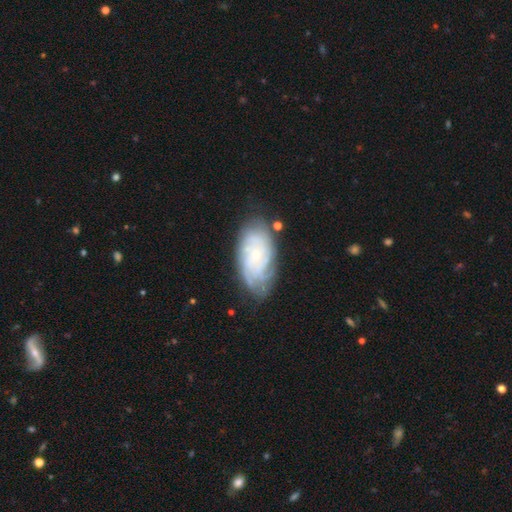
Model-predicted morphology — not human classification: A featured or disk galaxy (74%) with no bar (77%), tight (70%) spiral arms (92%) and a small central bulge (76%).

Vote fractions:
- Smooth or featured? featured or disk: 74% / smooth: 19% / star or artifact: 7%
- Edge-on disk? no: 95% / yes: 5%
- Bar? no: 77% / weak: 20% / strong: 3%
- Spiral arms? yes: 92% / no: 8%
- Spiral winding? tight: 70% / medium: 23% / loose: 7%
- Spiral arm count? can't tell: 45% / 4: 19% / more than 4: 11% / 3: 11% / 2: 9% / 1: 5%
- Bulge size? small: 76% / moderate: 19% / none: 3% / large: 1% / dominant: 1%
- Merging? none: 72% / minor disturbance: 20% / major disturbance: 6% / merger: 2%